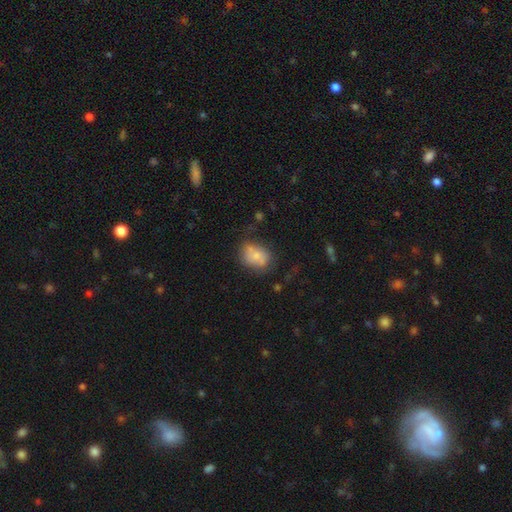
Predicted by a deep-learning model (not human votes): smooth 70%, featured or disk 21%, star or artifact 9%. Down the decision tree: how rounded — in between (60%); merging — none (50%).